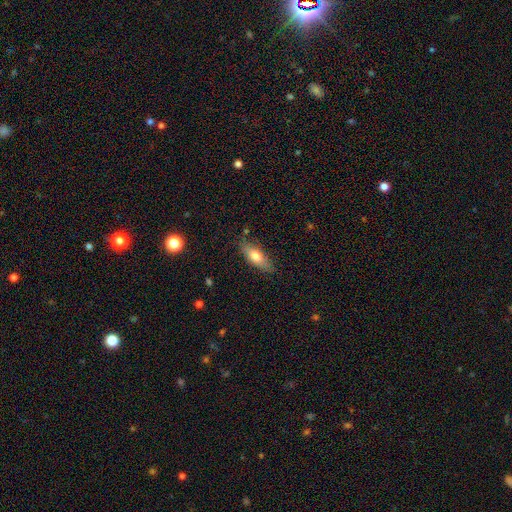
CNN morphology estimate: smooth 70%, featured or disk 23%, star or artifact 7%. Down the decision tree: how rounded — in between (69%); merging — none (82%).